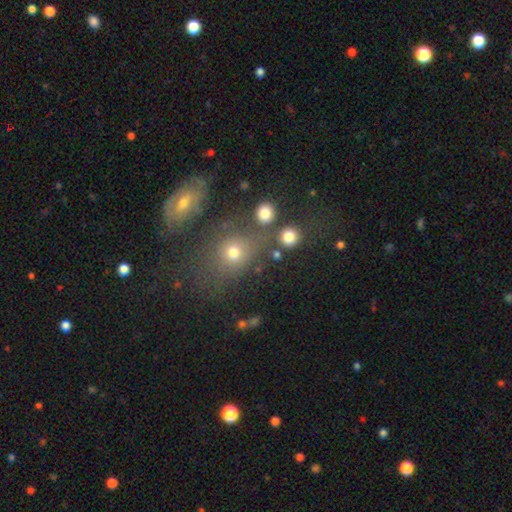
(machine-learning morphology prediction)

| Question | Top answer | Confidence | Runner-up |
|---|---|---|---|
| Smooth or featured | smooth | 51% | star or artifact (30%) |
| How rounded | round | 54% | in between (42%) |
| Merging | none | 57% | merger (22%) |